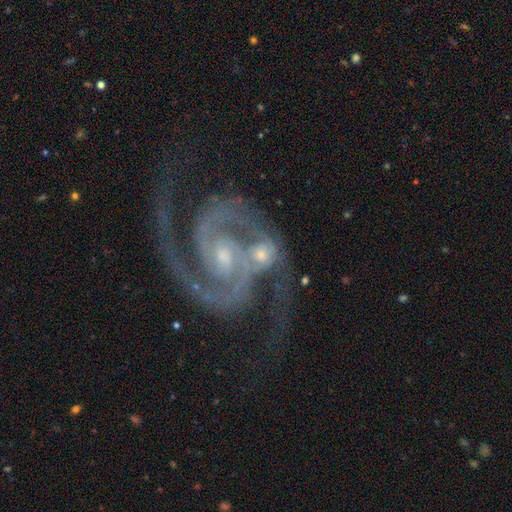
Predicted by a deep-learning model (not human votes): Overall: featured or disk (93%). Edge-on disk: no (98%). Bar: no (49%; weak 37%). Spiral arms: yes (99%). Spiral arm count: 2 (89%). Spiral winding: medium (51%; tight 40%). Bulge size: small (63%; moderate 30%). Merging: none (47%; merger 25%).